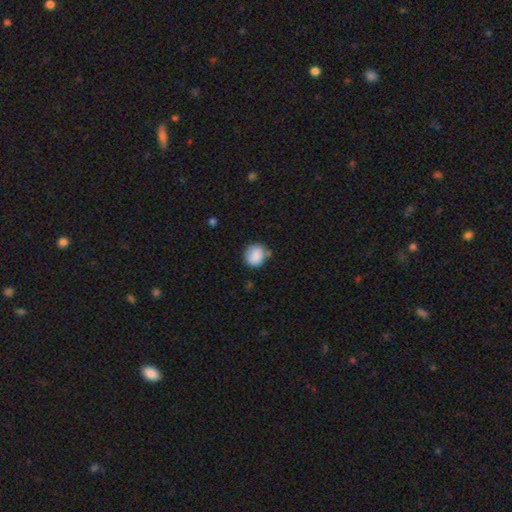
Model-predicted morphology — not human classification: Smooth or featured?
  - smooth: 87% *
  - star or artifact: 8%
  - featured or disk: 5%
How rounded?
  - round: 84% *
  - in between: 15%
  - cigar-shaped: 1%
Merging?
  - none: 75% *
  - minor disturbance: 17%
  - merger: 5%
  - major disturbance: 4%